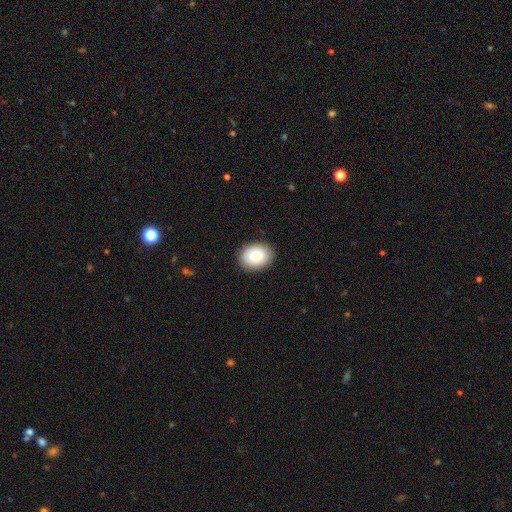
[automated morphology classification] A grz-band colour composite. It shows a smooth galaxy with no disk features (77%) that is in between round and cigar-shaped (54%). Merging: none (89%).